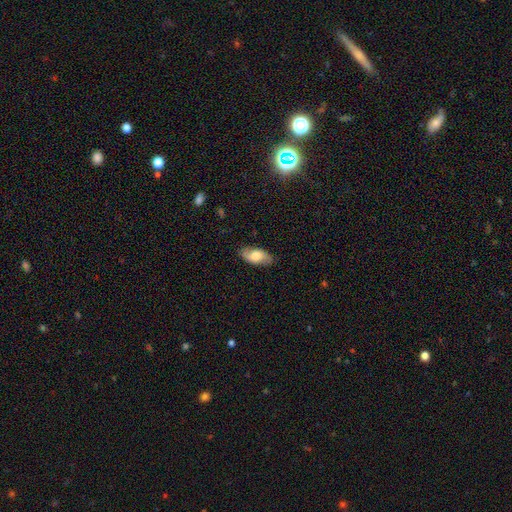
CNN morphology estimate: Overall: smooth (60%; featured or disk 33%). How rounded: in between (91%). Merging: none (83%).